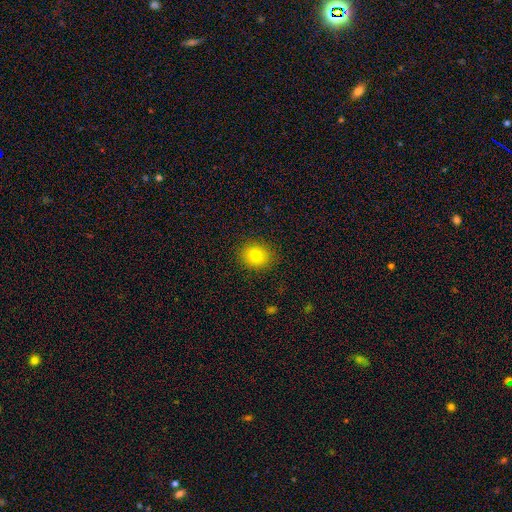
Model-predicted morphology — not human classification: smooth-or-featured: smooth: 81% | star or artifact: 11% | featured or disk: 8%
  how-rounded: round: 64% | in between: 35% | cigar-shaped: 1%
  merging: none: 89% | minor disturbance: 8% | major disturbance: 2% | merger: 1%